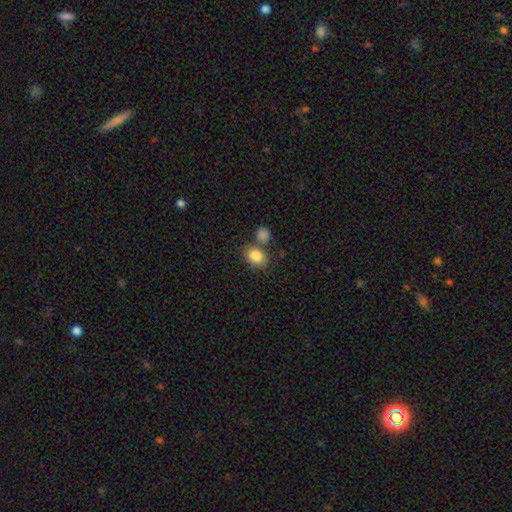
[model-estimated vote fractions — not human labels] The model was most divided on "how rounded": in between: 57%, round: 42%, cigar-shaped: 1%. More confident: smooth or featured — smooth (84%); merging — none (60%).